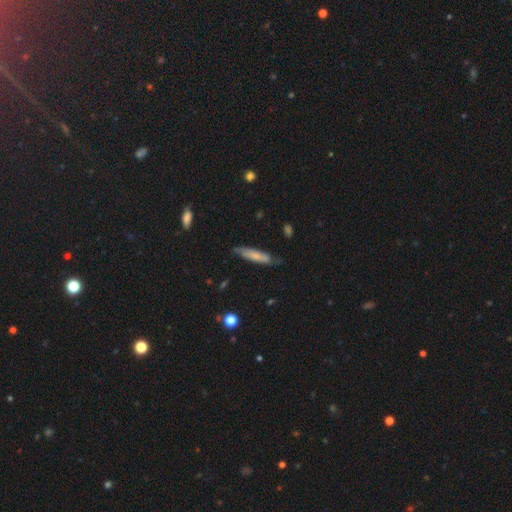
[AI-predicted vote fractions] smooth 62%, featured or disk 32%, star or artifact 6%. Down the decision tree: how rounded — cigar-shaped (82%); merging — none (70%).